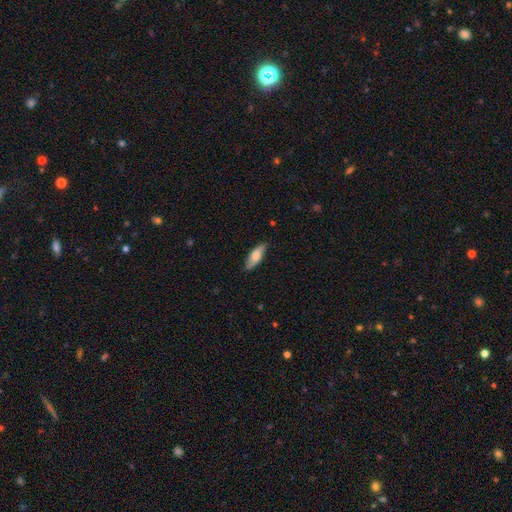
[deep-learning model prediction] Morphology: type=smooth (73%); roundness=in between (62%); merging=none (83%).